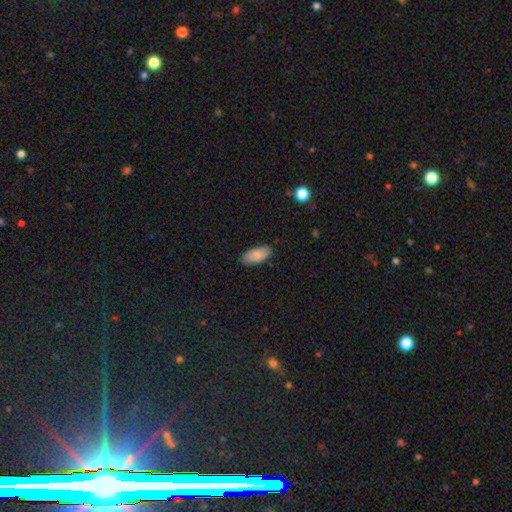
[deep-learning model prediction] Morphology: type=smooth (86%); roundness=in between (91%); merging=none (86%).